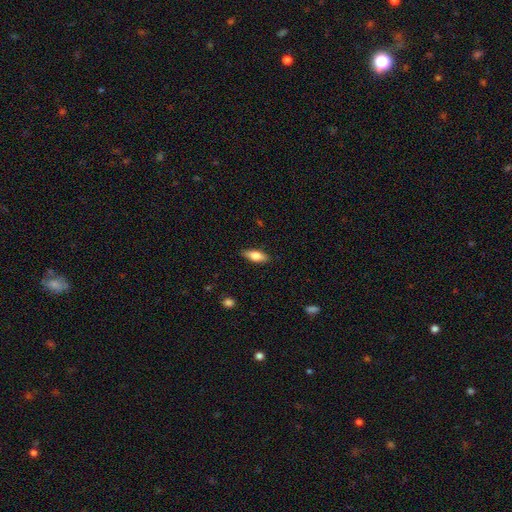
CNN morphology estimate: Smooth or featured? smooth (69%)
How rounded? in between (72%)
Merging? none (87%)